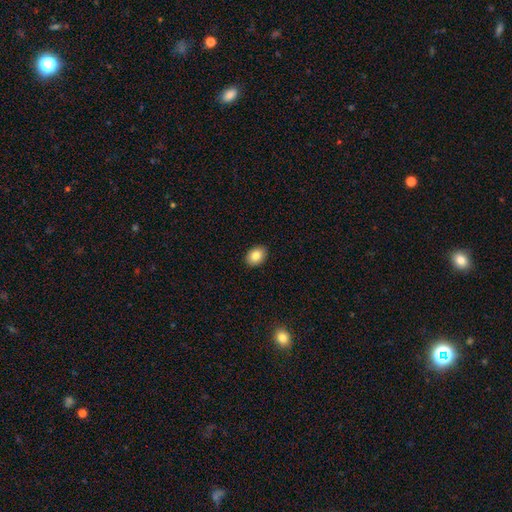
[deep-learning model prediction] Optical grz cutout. It shows a smooth galaxy with no disk features (84%) that is in between round and cigar-shaped (72%). Merging: none (91%).